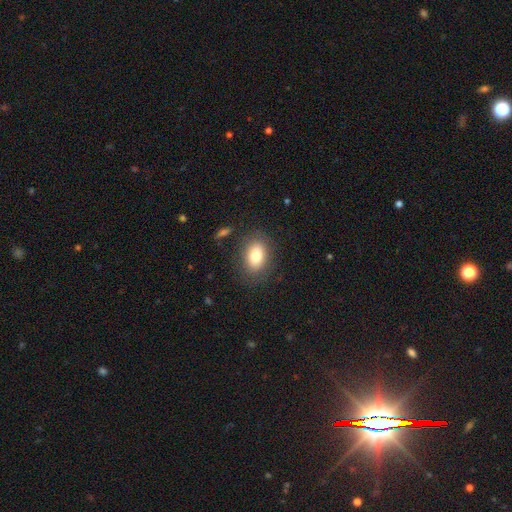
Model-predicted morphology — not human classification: A smooth galaxy with no disk features (80%) that is in between round and cigar-shaped (79%). Merging: none (83%).